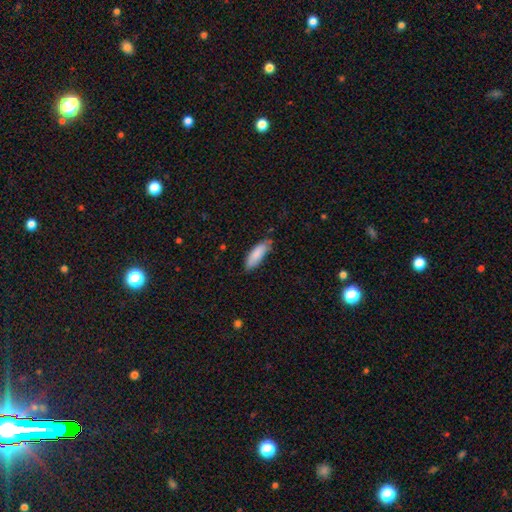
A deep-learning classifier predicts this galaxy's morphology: This appears to be a smooth galaxy with no disk features (85%) that is in between round and cigar-shaped (61%). Merging: none (73%).